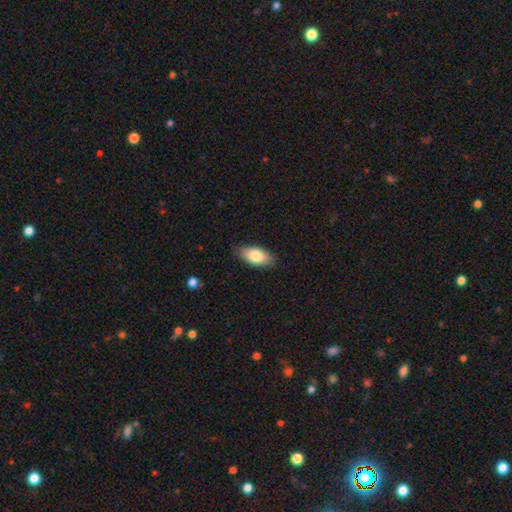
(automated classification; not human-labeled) Smooth or featured: smooth — 83% (featured or disk — 11%)
How rounded: in between — 90% (cigar-shaped — 7%)
Merging: none — 85% (minor disturbance — 12%)